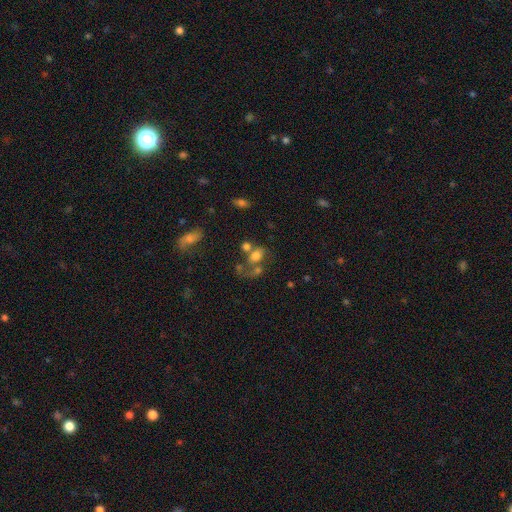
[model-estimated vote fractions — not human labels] smooth-or-featured: smooth: 65% | featured or disk: 20% | star or artifact: 15%
  how-rounded: in between: 66% | round: 32% | cigar-shaped: 2%
  merging: merger: 38% | none: 31% | major disturbance: 17% | minor disturbance: 14%